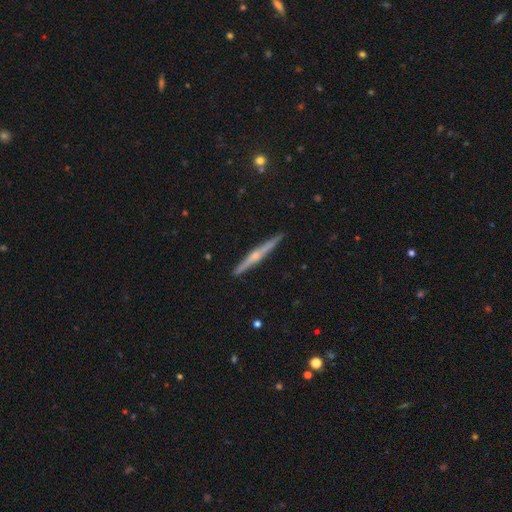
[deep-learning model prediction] This appears to be a featured or disk galaxy (76%) viewed edge-on (98%) with a rounded central bulge (81%). Merging: none (92%).